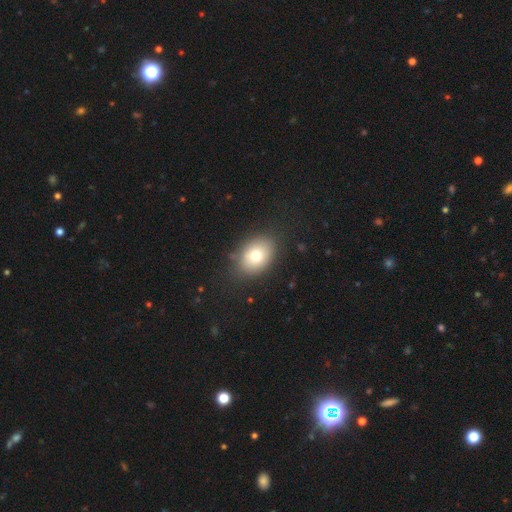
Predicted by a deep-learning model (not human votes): Smooth or featured: smooth — 75% (featured or disk — 15%)
How rounded: in between — 71% (round — 28%)
Merging: none — 82% (minor disturbance — 12%)